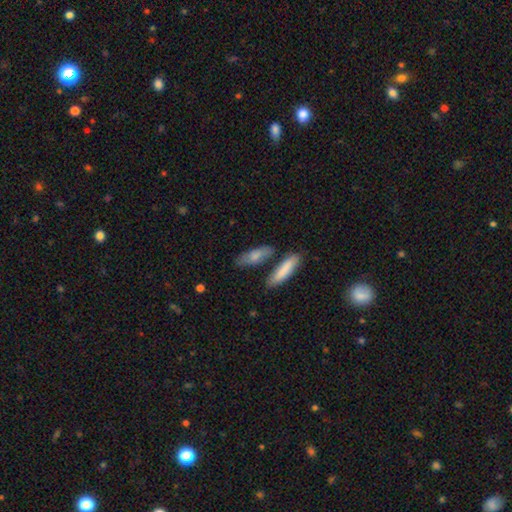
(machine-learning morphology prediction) A smooth galaxy with no disk features (74%) that is in between round and cigar-shaped (53%).

Vote fractions:
- Smooth or featured? smooth: 74% / featured or disk: 20% / star or artifact: 6%
- How rounded? in between: 53% / cigar-shaped: 44% / round: 3%
- Merging? none: 66% / minor disturbance: 16% / merger: 14% / major disturbance: 5%